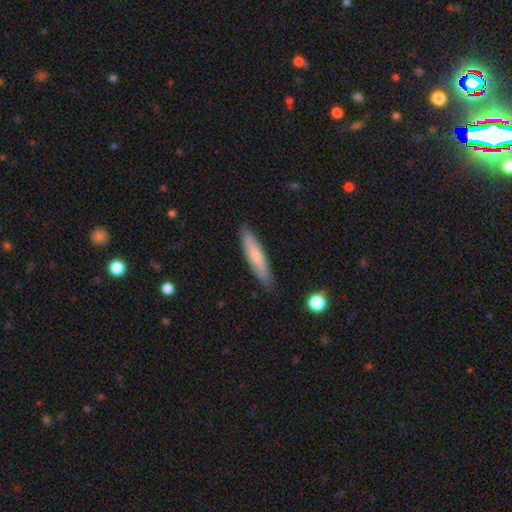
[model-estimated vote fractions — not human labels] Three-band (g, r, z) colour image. It shows a smooth galaxy with no disk features (67%) that is cigar-shaped (84%). Merging: none (85%).